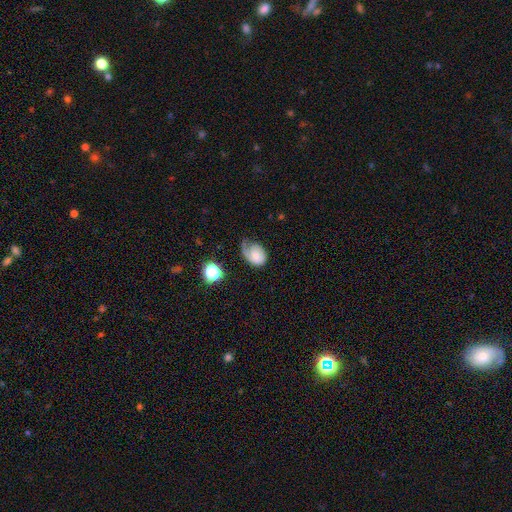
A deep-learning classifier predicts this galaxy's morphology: This appears to be a smooth galaxy with no disk features (53%) that is in between round and cigar-shaped (64%). Merging: major disturbance (36%).